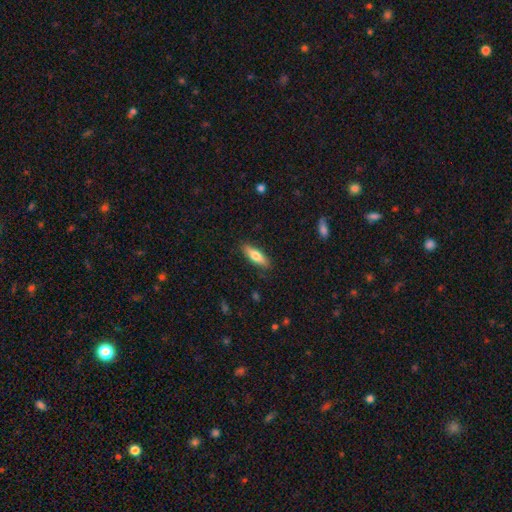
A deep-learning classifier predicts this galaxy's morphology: type=smooth (71%); roundness=cigar-shaped (50%); merging=none (88%).